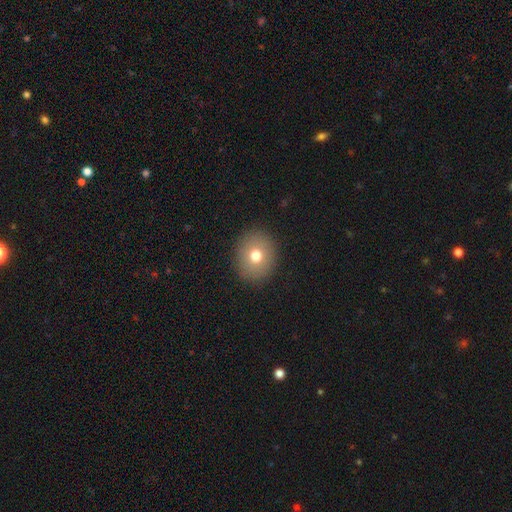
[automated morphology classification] Overall: smooth (73%). How rounded: round (71%). Merging: none (90%).